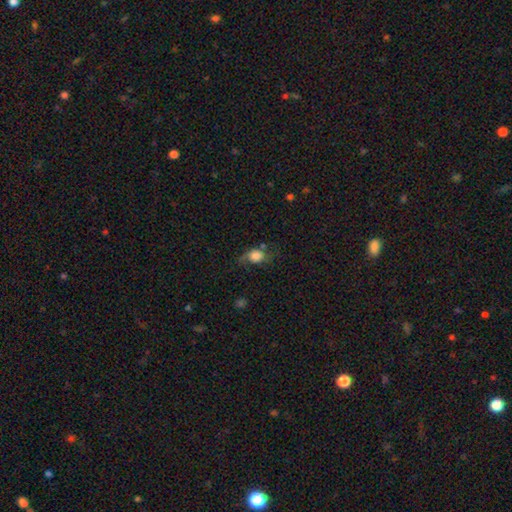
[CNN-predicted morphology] Overall: smooth (70%). How rounded: in between (50%; round 48%). Merging: none (44%; minor disturbance 30%).